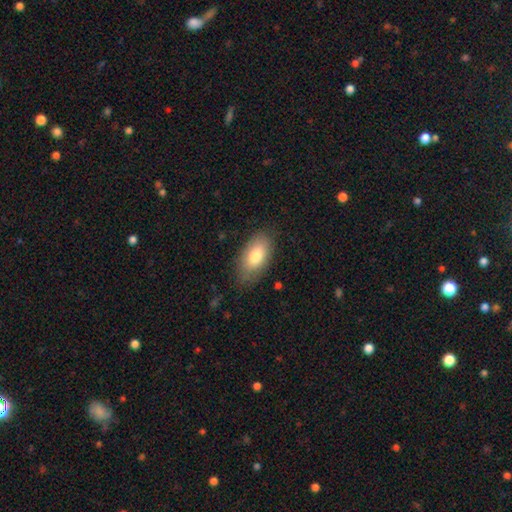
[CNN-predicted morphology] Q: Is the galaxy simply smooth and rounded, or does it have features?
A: smooth — 79%.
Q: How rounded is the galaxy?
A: in between — 92%.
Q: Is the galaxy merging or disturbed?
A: none — 76%.